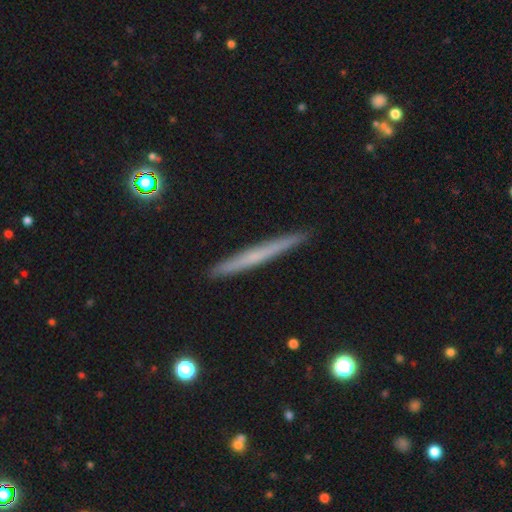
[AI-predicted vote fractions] This appears to be a smooth galaxy with no disk features (47%). Merging: none (92%).